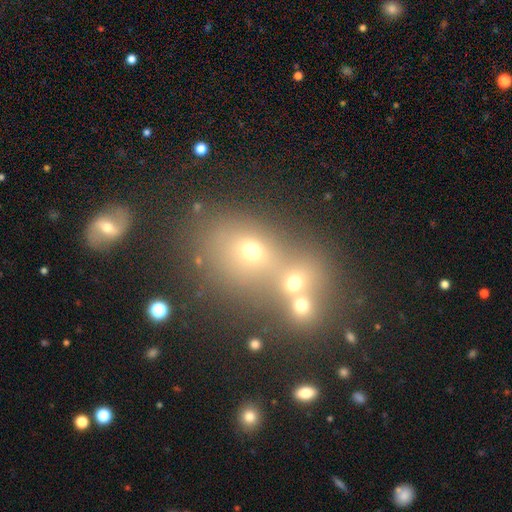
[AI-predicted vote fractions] smooth 56%, star or artifact 26%, featured or disk 18%. Down the decision tree: how rounded — round (58%); merging — merger (50%).